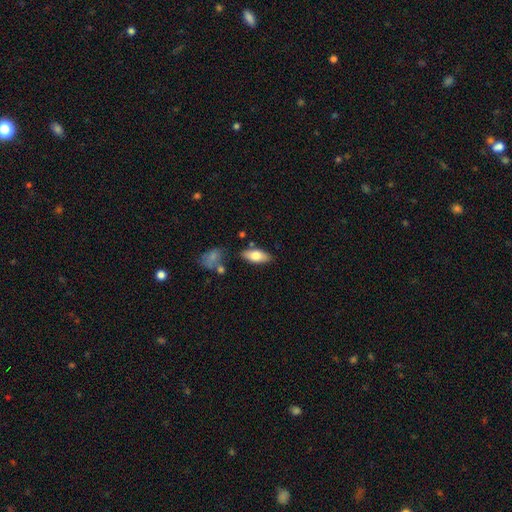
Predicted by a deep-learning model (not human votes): Smooth or featured: smooth — 74% (featured or disk — 20%)
How rounded: in between — 83% (cigar-shaped — 15%)
Merging: none — 78% (minor disturbance — 13%)